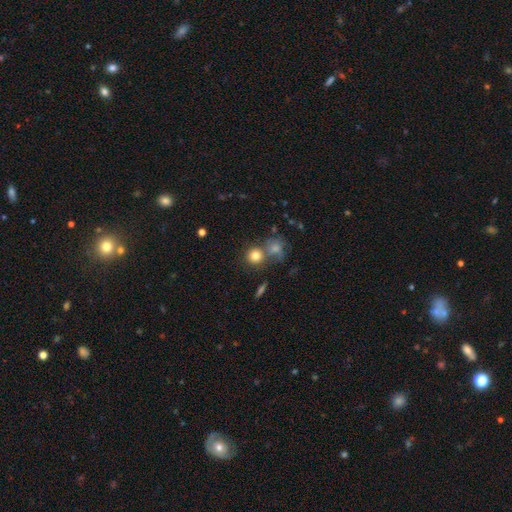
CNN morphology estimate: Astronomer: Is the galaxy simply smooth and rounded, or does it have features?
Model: smooth — 80%.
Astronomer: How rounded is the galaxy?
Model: round — 86%.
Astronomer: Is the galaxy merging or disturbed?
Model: none — 56%.